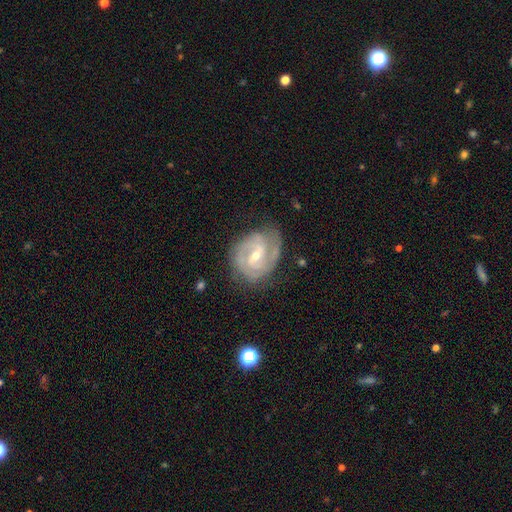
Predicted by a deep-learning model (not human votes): Smooth or featured? Predicted: featured or disk (p=0.89). Edge-on disk? Predicted: no (p=0.97). Bar? Predicted: weak (p=0.51). Spiral arms? Predicted: yes (p=0.97). Spiral winding? Predicted: tight (p=0.55). Spiral arm count? Predicted: 2 (p=0.63). Bulge size? Predicted: small (p=0.54). Merging? Predicted: none (p=0.71).